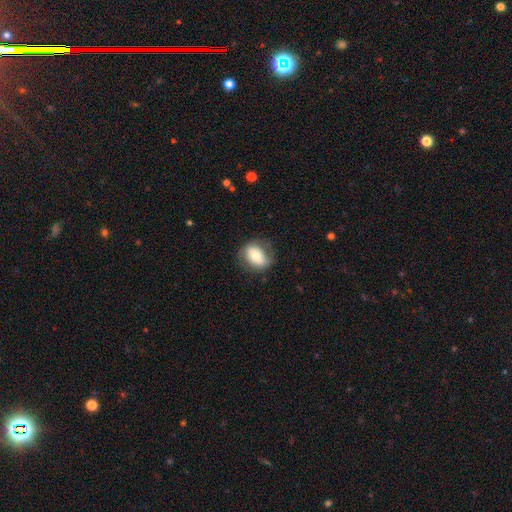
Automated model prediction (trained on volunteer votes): A smooth galaxy with no disk features (62%) that is in between round and cigar-shaped (58%).

Vote fractions:
- Smooth or featured? smooth: 62% / featured or disk: 31% / star or artifact: 8%
- How rounded? in between: 58% / round: 40% / cigar-shaped: 1%
- Merging? none: 73% / minor disturbance: 18% / major disturbance: 8% / merger: 1%